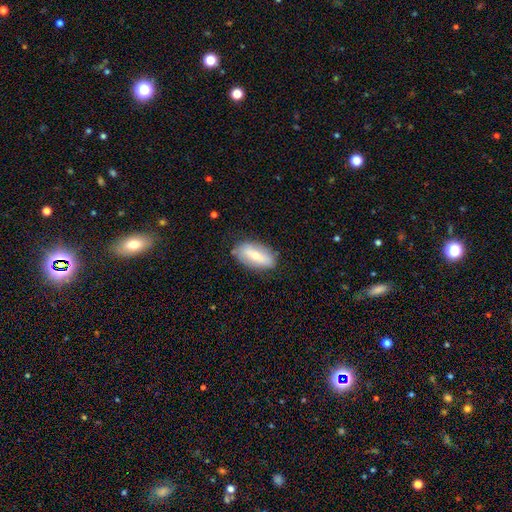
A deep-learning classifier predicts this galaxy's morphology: This is possibly a smooth galaxy (58%). How rounded: clearly in between (87%). Merging: clearly none (81%).